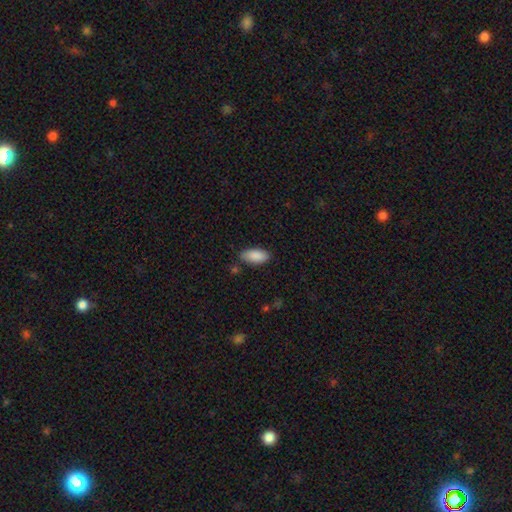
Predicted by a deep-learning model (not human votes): smooth-or-featured: smooth: 89% | star or artifact: 6% | featured or disk: 5%
  how-rounded: in between: 91% | cigar-shaped: 8% | round: 2%
  merging: none: 80% | minor disturbance: 14% | major disturbance: 3% | merger: 3%